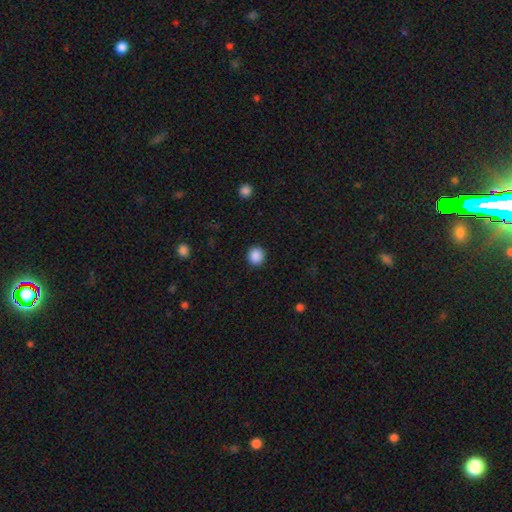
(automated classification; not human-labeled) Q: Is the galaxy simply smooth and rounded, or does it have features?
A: smooth — 88%.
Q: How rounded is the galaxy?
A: round — 91%.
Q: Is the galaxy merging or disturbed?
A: none — 92%.